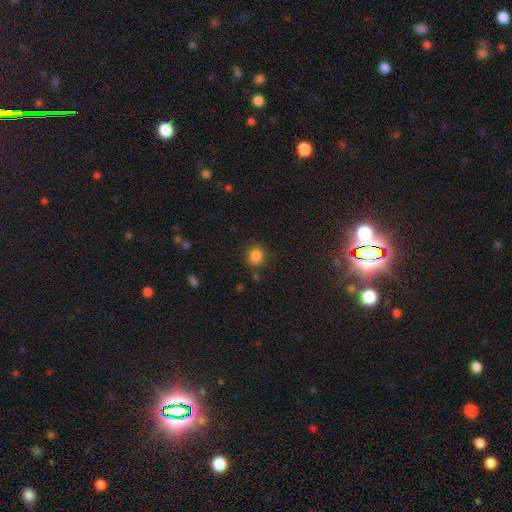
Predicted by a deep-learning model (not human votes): A smooth galaxy with no disk features (85%) that is round (86%). Merging: none (83%).